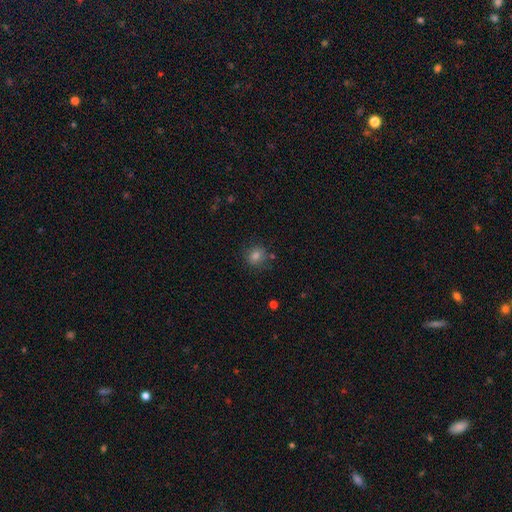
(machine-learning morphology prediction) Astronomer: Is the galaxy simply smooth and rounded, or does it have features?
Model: smooth — 76%.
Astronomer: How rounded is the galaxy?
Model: round — 78%.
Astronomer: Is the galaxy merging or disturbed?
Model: none — 82%.